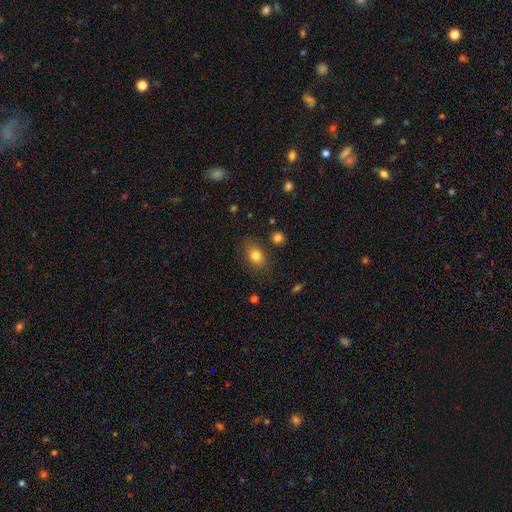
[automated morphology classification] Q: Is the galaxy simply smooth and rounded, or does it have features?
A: smooth — 80%.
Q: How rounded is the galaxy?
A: in between — 76%.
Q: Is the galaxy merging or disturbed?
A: none — 80%.